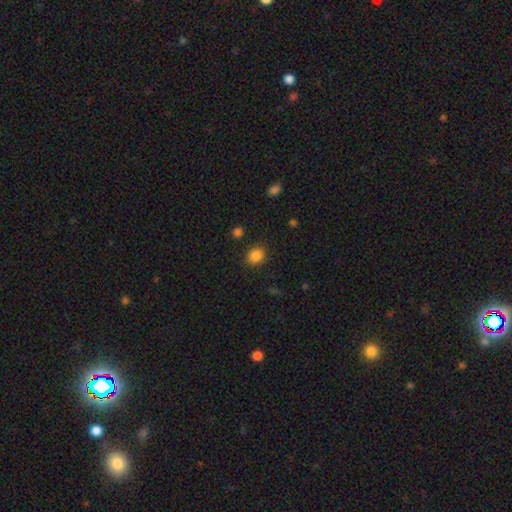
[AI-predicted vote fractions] Smooth or featured? Predicted: smooth (p=0.85). How rounded? Predicted: round (p=0.60). Merging? Predicted: none (p=0.85).